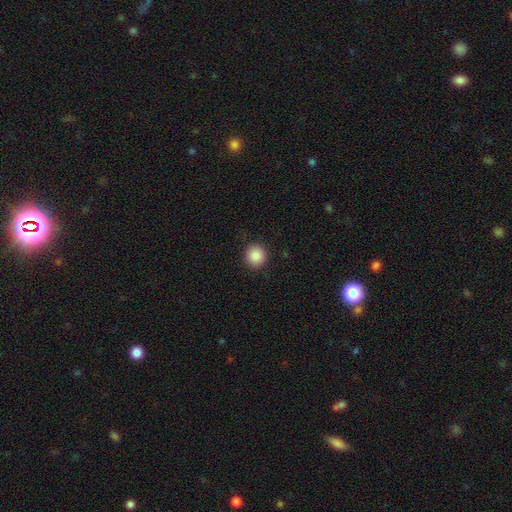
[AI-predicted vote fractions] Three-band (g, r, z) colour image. It shows a smooth galaxy with no disk features (87%) that is round (93%). Merging: none (91%).